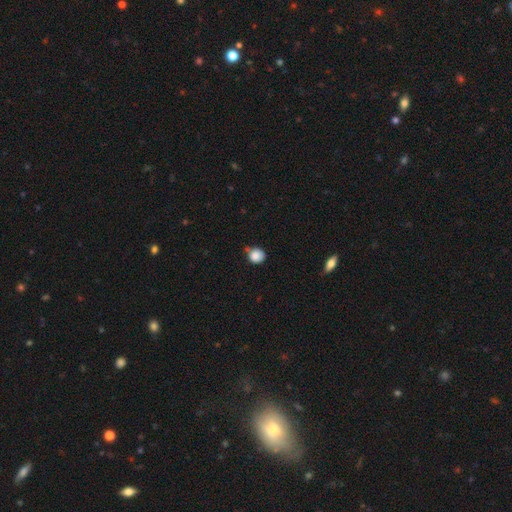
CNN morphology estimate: This appears to be a smooth galaxy with no disk features (87%) that is round (87%). Merging: none (65%).